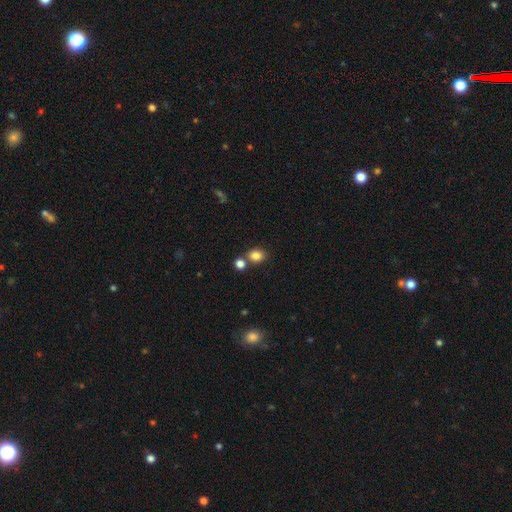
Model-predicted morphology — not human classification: smooth-or-featured: smooth: 84% | star or artifact: 11% | featured or disk: 5%
  how-rounded: round: 55% | in between: 44% | cigar-shaped: 1%
  merging: none: 65% | merger: 22% | minor disturbance: 10% | major disturbance: 3%